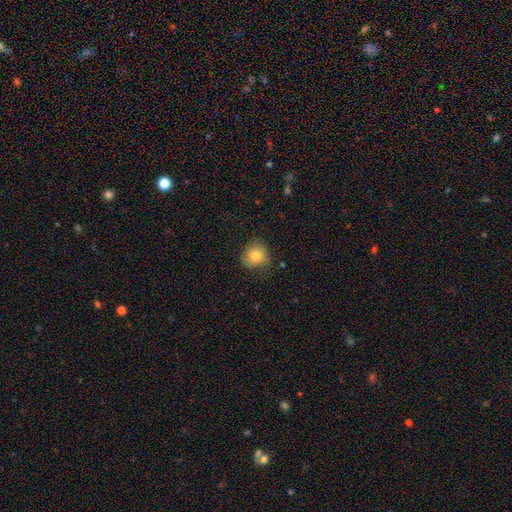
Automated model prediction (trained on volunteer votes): smooth 79%, featured or disk 11%, star or artifact 10%. Down the decision tree: how rounded — round (82%); merging — none (73%).